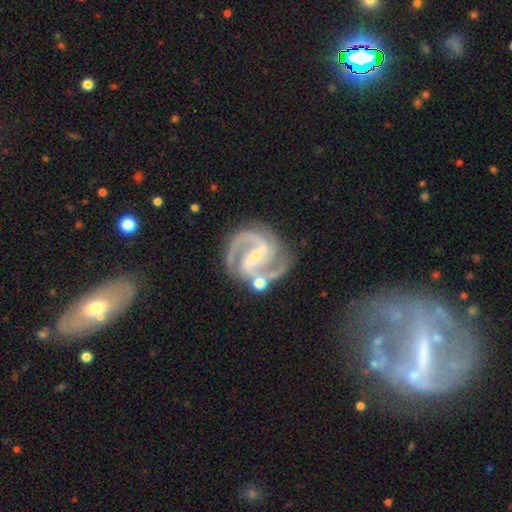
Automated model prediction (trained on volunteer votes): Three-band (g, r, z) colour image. It shows a featured or disk galaxy (92%) with a strong bar (54%), 2 (75%) medium (58%) spiral arms (98%) and a small central bulge (78%). Merging: none (70%).